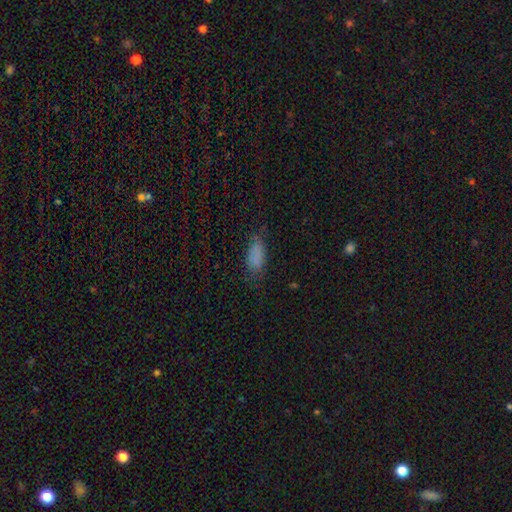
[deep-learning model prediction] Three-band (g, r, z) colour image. It shows a smooth galaxy with no disk features (81%) that is in between round and cigar-shaped (84%). Merging: none (67%).